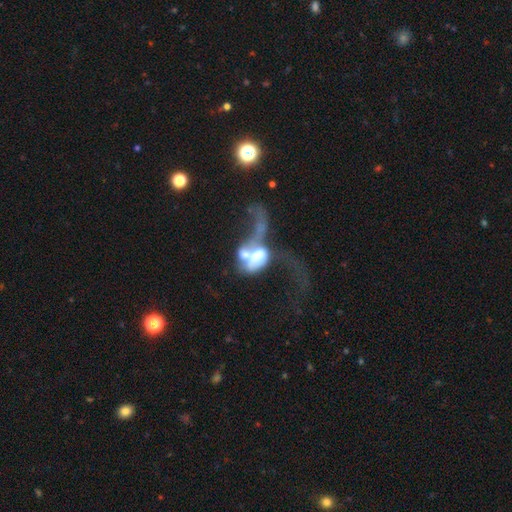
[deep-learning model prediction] The model was most divided on "bulge size": large: 33%, moderate: 31%, dominant: 13%, small: 12%, none: 12%. More confident: edge-on disk — no (94%); bar — no (69%); spiral arms — no (65%); merging — merger (62%); smooth or featured — featured or disk (56%).